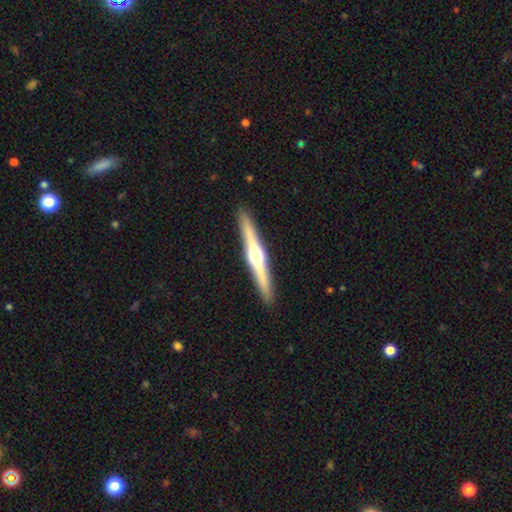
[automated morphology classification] A featured or disk galaxy (73%) viewed edge-on (98%) with a rounded central bulge (93%).

Vote fractions:
- Smooth or featured? featured or disk: 73% / smooth: 22% / star or artifact: 5%
- Edge-on disk? yes: 98% / no: 2%
- Edge-on bulge? rounded: 93% / boxy: 4% / none: 3%
- Merging? none: 92% / minor disturbance: 6% / major disturbance: 1% / merger: 1%